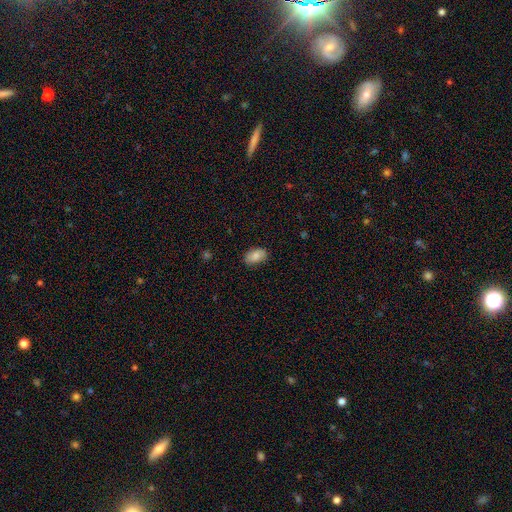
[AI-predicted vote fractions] Smooth or featured: smooth — 85% (featured or disk — 8%)
How rounded: in between — 92% (round — 7%)
Merging: none — 83% (minor disturbance — 13%)